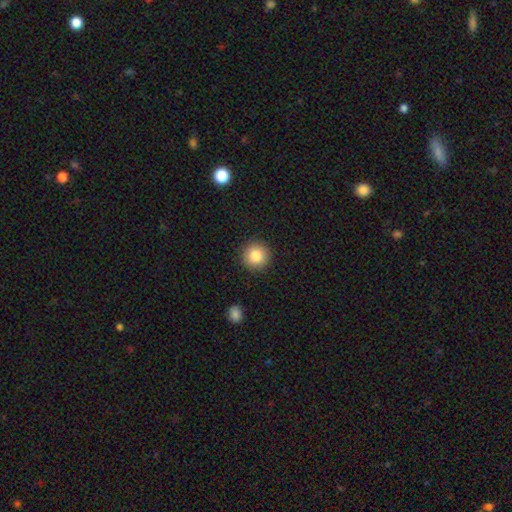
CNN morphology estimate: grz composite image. It shows a smooth galaxy with no disk features (83%) that is round (95%). Merging: none (91%).